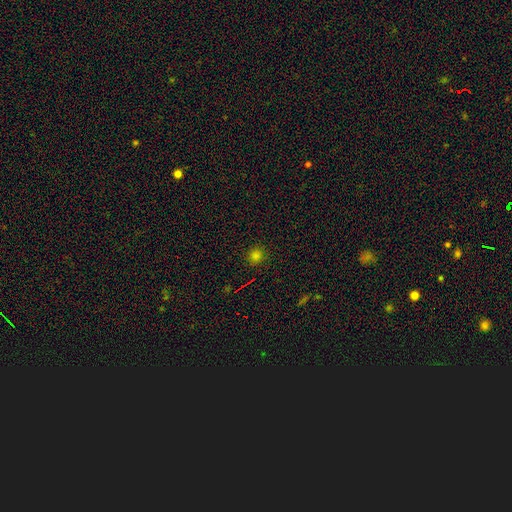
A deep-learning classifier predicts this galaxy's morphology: type=smooth (77%); roundness=round (85%); merging=none (89%).